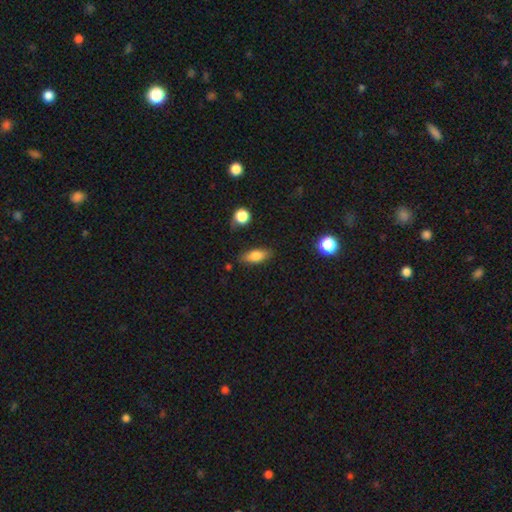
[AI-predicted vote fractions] smooth 78%, featured or disk 14%, star or artifact 8%. Down the decision tree: how rounded — in between (78%); merging — none (80%).